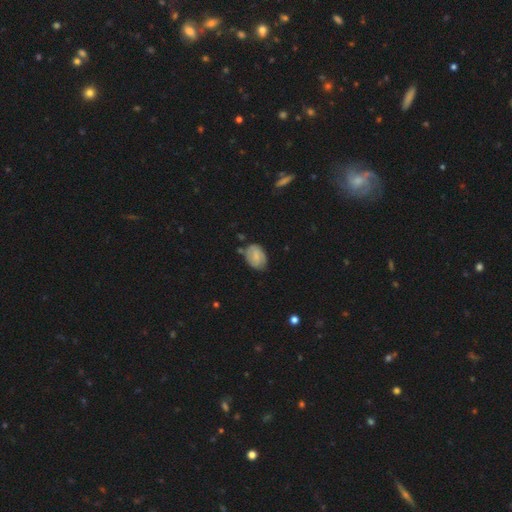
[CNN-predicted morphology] This is possibly a smooth galaxy (48%). Merging: likely none (65%).